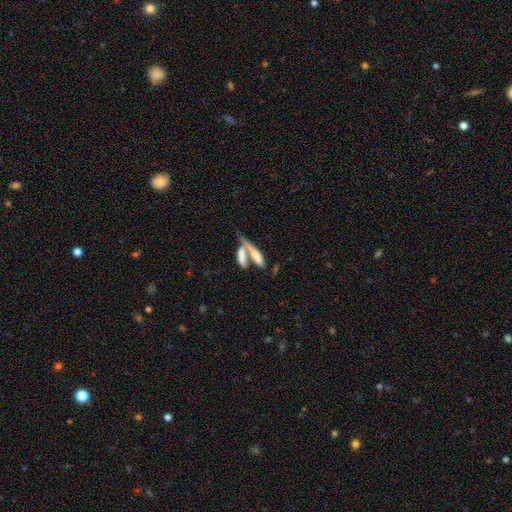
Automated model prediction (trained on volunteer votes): This appears to be a smooth galaxy with no disk features (56%) that is cigar-shaped (60%). Merging: merger (59%).